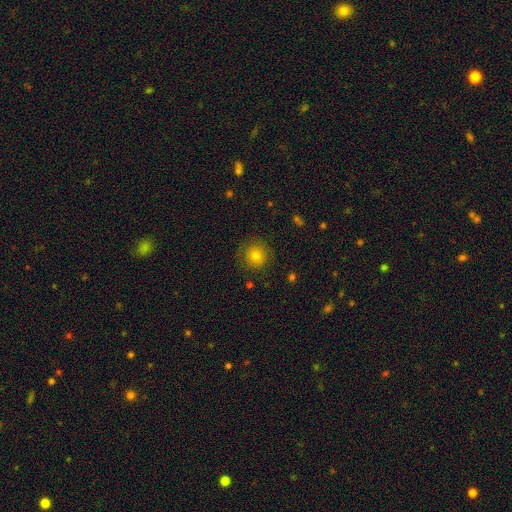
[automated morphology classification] Overall: smooth (76%). How rounded: round (93%). Merging: none (85%).